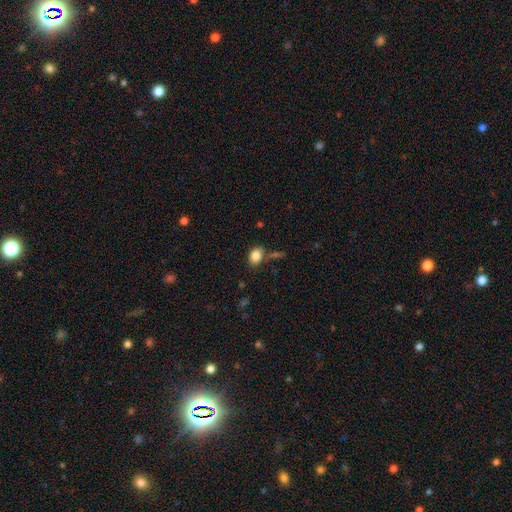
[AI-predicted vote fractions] A smooth galaxy with no disk features (84%) that is in between round and cigar-shaped (74%).

Vote fractions:
- Smooth or featured? smooth: 84% / star or artifact: 9% / featured or disk: 7%
- How rounded? in between: 74% / round: 24% / cigar-shaped: 1%
- Merging? none: 65% / minor disturbance: 16% / merger: 13% / major disturbance: 6%